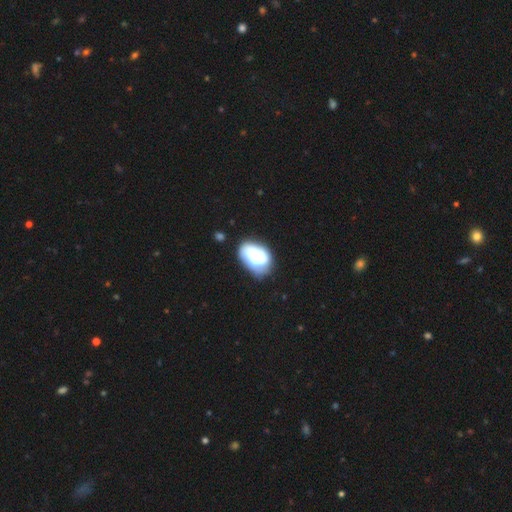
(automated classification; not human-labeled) smooth-or-featured: smooth: 48% | featured or disk: 45% | star or artifact: 7%
  merging: none: 51% | minor disturbance: 28% | major disturbance: 12% | merger: 10%